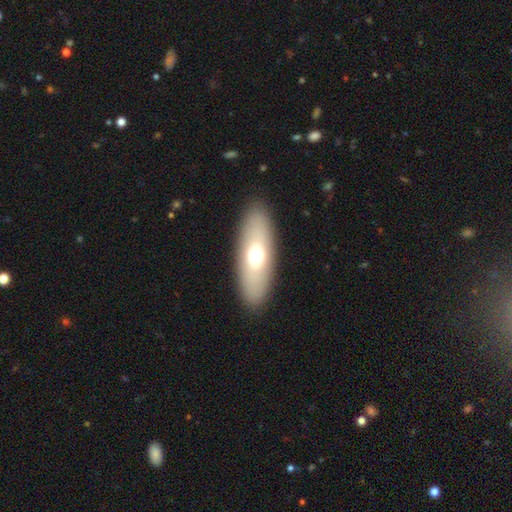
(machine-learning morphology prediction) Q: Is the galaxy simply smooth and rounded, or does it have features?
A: smooth — 62%.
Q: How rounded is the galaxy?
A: in between — 72%.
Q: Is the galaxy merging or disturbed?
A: none — 88%.